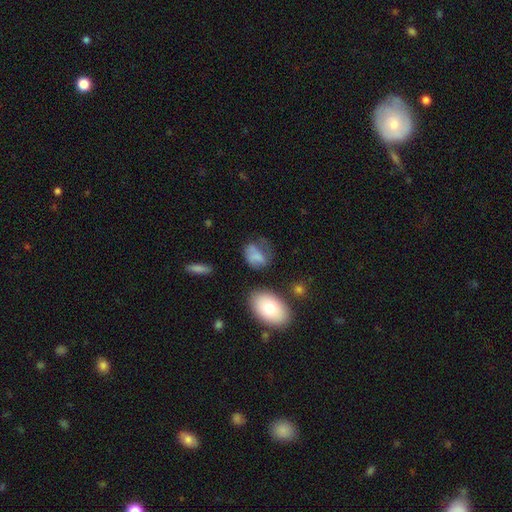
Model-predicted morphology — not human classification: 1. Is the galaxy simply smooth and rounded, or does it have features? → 65% smooth, 23% featured or disk, 11% star or artifact.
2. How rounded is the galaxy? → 69% in between, 29% round, 2% cigar-shaped.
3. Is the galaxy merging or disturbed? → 40% none, 28% minor disturbance, 26% major disturbance, 6% merger.